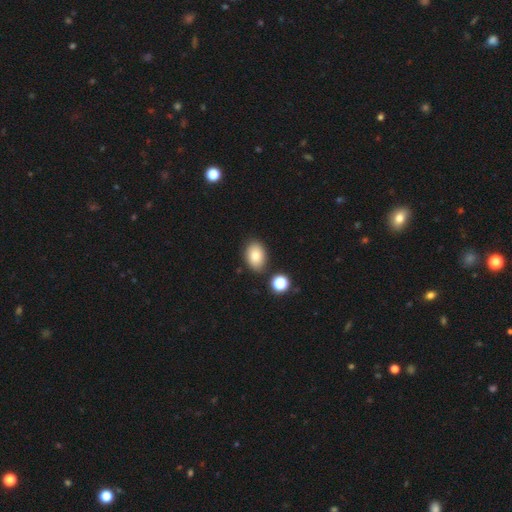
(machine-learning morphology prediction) Smooth or featured: smooth — 83% (star or artifact — 9%)
How rounded: in between — 85% (round — 14%)
Merging: none — 82% (minor disturbance — 11%)